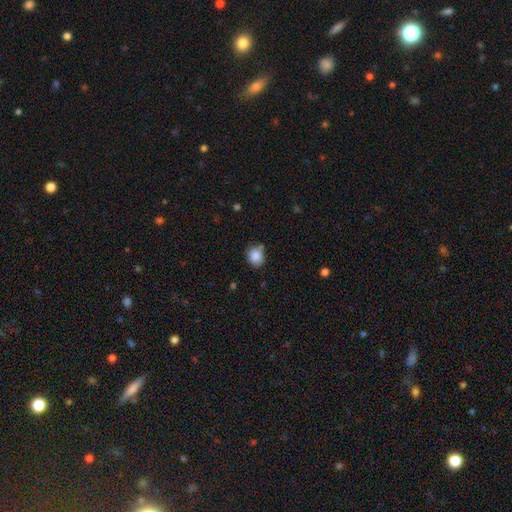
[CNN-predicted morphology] smooth_or_featured: smooth (p=0.86) [alt: star or artifact p=0.09]
how_rounded: round (p=0.73) [alt: in between p=0.27]
merging: none (p=0.74) [alt: minor disturbance p=0.16]